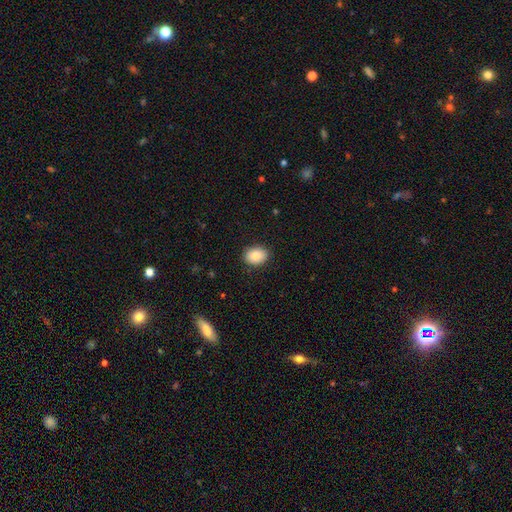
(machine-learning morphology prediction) smooth-or-featured: smooth: 86% | star or artifact: 8% | featured or disk: 6%
  how-rounded: in between: 66% | round: 33% | cigar-shaped: 1%
  merging: none: 88% | minor disturbance: 9% | major disturbance: 2% | merger: 1%